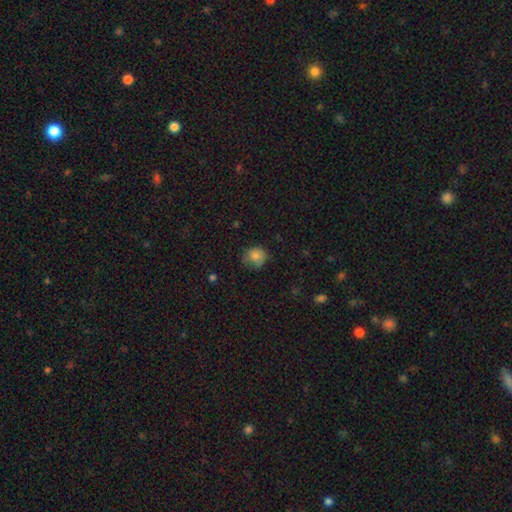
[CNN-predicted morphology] type=smooth (80%); roundness=round (80%); merging=none (62%).